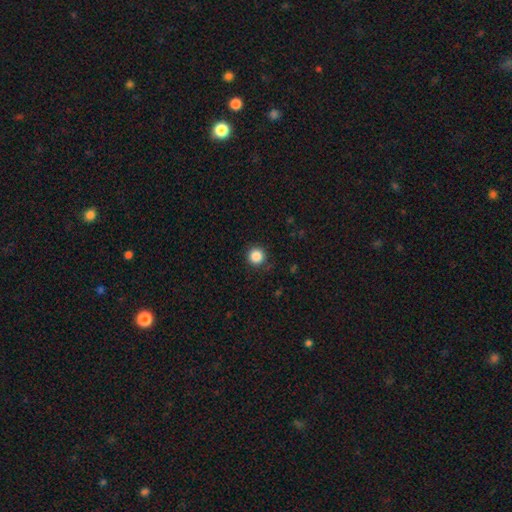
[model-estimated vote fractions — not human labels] smooth 86%, star or artifact 10%, featured or disk 3%. Down the decision tree: how rounded — round (96%); merging — none (90%).